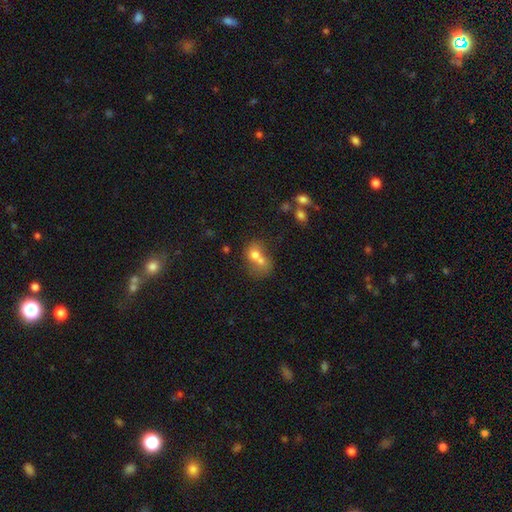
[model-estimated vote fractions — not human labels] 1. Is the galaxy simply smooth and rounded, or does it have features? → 68% smooth, 20% featured or disk, 12% star or artifact.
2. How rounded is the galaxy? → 53% round, 46% in between, 1% cigar-shaped.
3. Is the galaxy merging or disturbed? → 68% merger, 20% none, 7% minor disturbance, 5% major disturbance.